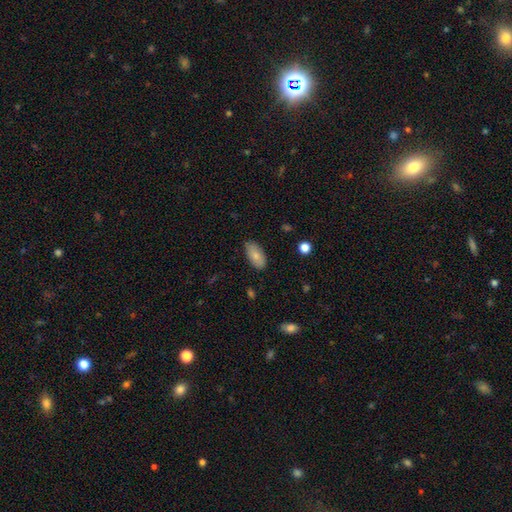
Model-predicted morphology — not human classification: This is likely a smooth galaxy (79%). How rounded: clearly in between (93%). Merging: clearly none (80%).